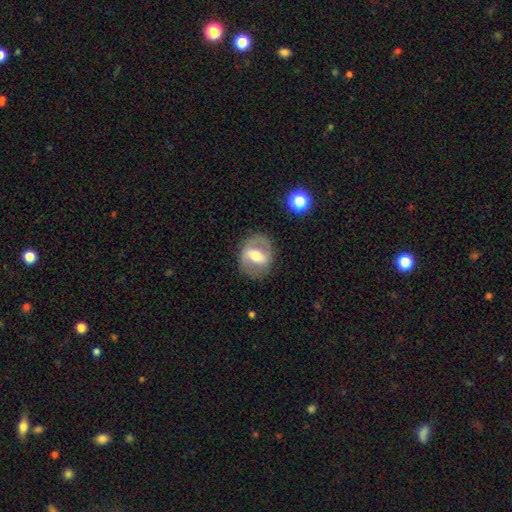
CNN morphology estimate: This appears to be a featured or disk galaxy (67%) with a strong bar (53%), spiral arms (57%) and a moderate central bulge (66%). Merging: none (80%).